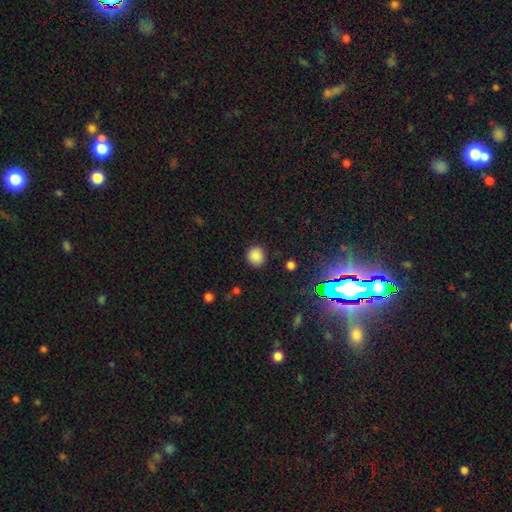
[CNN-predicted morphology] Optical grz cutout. It shows a smooth galaxy with no disk features (84%) that is round (86%). Merging: none (87%).